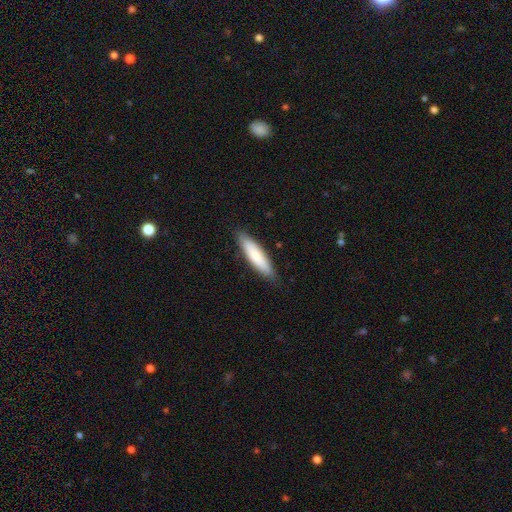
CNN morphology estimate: This appears to be a smooth galaxy with no disk features (80%) that is cigar-shaped (73%). Merging: none (87%).